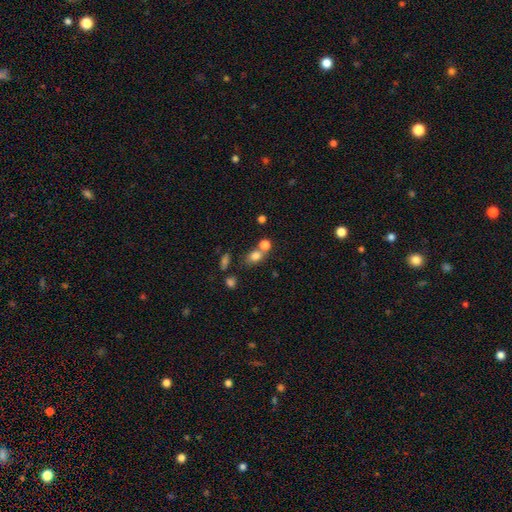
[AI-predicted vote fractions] Morphology: type=smooth (77%); roundness=in between (55%); merging=none (48%).